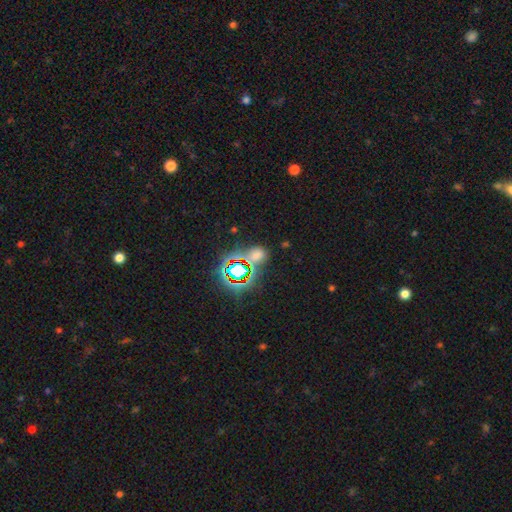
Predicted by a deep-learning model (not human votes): This appears to be a star or artifact, not a galaxy (52%).